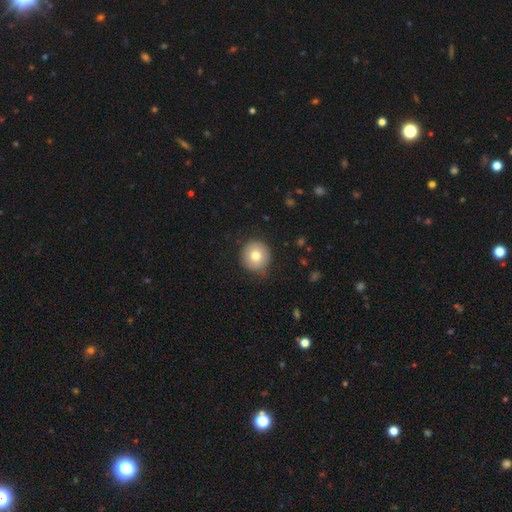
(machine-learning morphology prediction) The model was most divided on "smooth or featured": smooth: 76%, featured or disk: 14%, star or artifact: 9%. More confident: how rounded — round (93%); merging — none (80%).